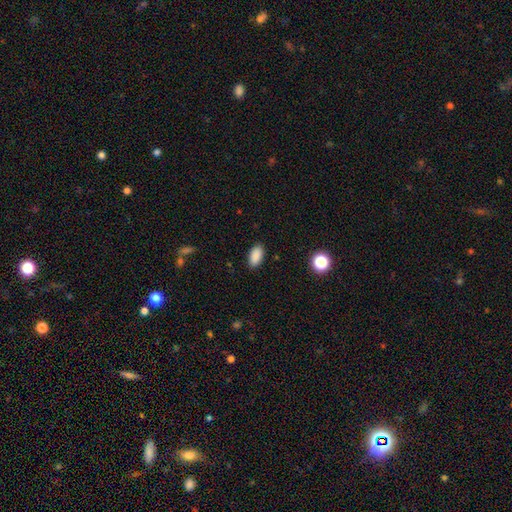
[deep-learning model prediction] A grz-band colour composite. It shows a smooth galaxy with no disk features (88%) that is in between round and cigar-shaped (92%). Merging: none (89%).